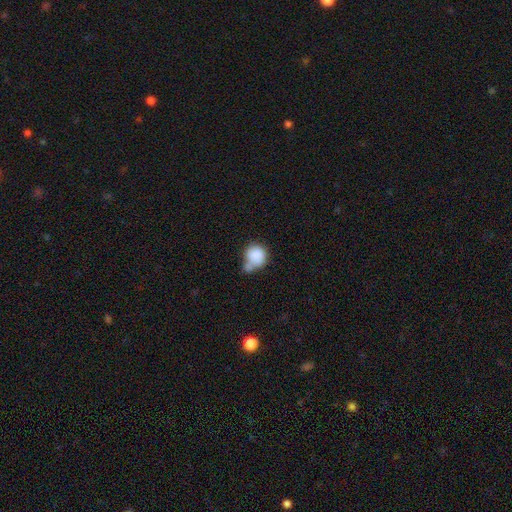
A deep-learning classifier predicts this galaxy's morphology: Overall: smooth (82%). How rounded: round (77%). Merging: merger (39%; none 29%).